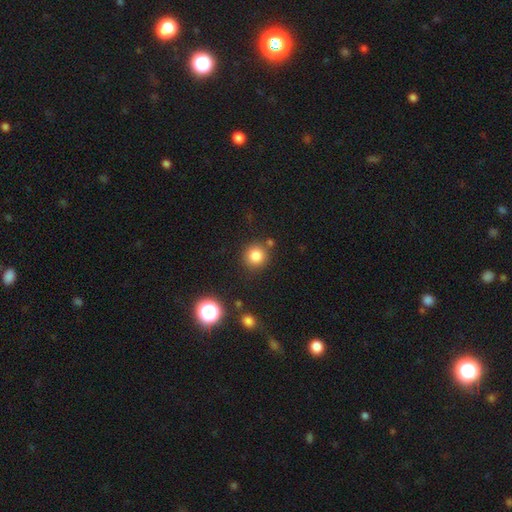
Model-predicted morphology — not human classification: smooth 82%, star or artifact 12%, featured or disk 5%. Down the decision tree: how rounded — round (92%); merging — none (83%).